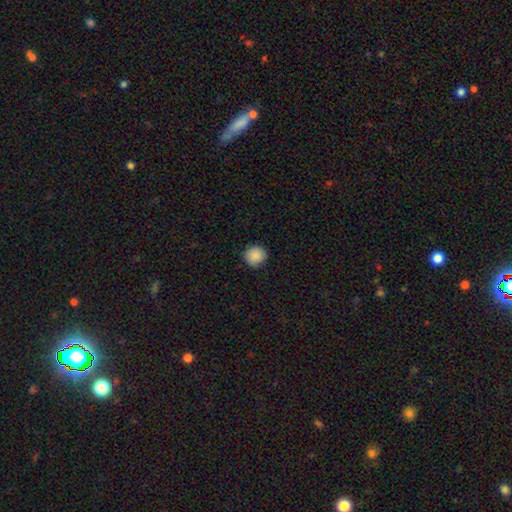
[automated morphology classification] This appears to be a smooth galaxy with no disk features (88%) that is round (92%). Merging: none (89%).